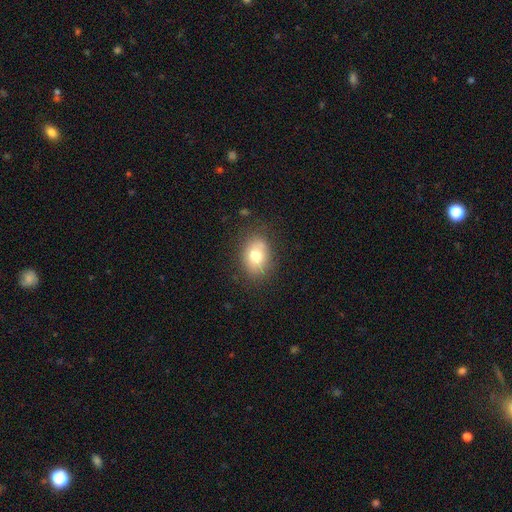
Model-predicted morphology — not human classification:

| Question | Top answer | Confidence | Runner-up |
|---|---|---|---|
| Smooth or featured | smooth | 75% | featured or disk (16%) |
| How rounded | in between | 70% | round (29%) |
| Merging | none | 76% | minor disturbance (17%) |